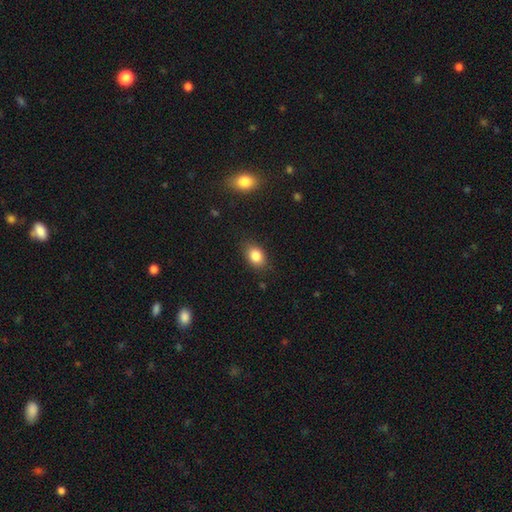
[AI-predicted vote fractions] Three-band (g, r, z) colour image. It shows a smooth galaxy with no disk features (84%) that is in between round and cigar-shaped (76%). Merging: none (83%).